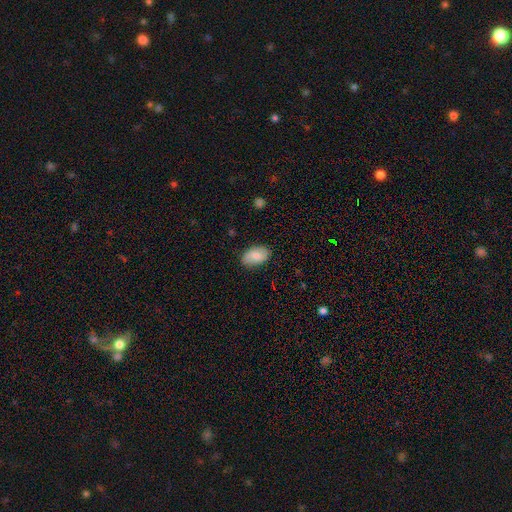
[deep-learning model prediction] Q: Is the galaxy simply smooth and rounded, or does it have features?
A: smooth — 76%.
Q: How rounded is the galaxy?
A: in between — 92%.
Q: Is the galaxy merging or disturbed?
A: none — 83%.